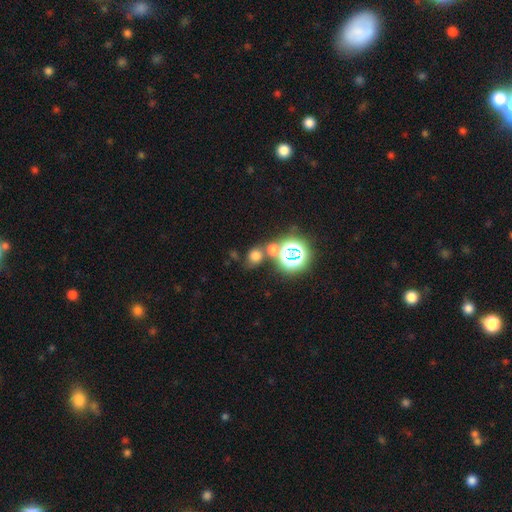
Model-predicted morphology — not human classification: Smooth or featured? smooth (62%)
How rounded? round (69%)
Merging? none (60%)